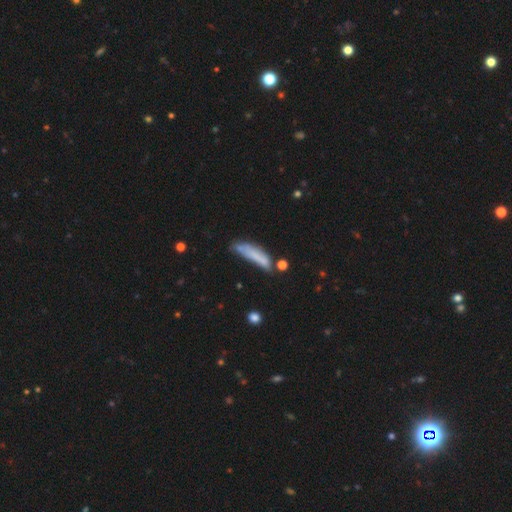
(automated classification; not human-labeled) smooth_or_featured: smooth (p=0.69) [alt: featured or disk p=0.21]
how_rounded: cigar-shaped (p=0.74) [alt: in between p=0.24]
merging: none (p=0.44) [alt: minor disturbance p=0.29]